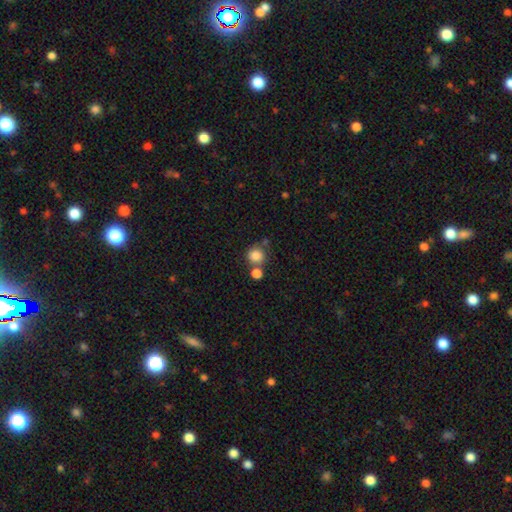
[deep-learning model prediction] smooth-or-featured: smooth: 84% | star or artifact: 10% | featured or disk: 6%
  how-rounded: round: 87% | in between: 12% | cigar-shaped: 1%
  merging: none: 61% | merger: 24% | minor disturbance: 11% | major disturbance: 4%